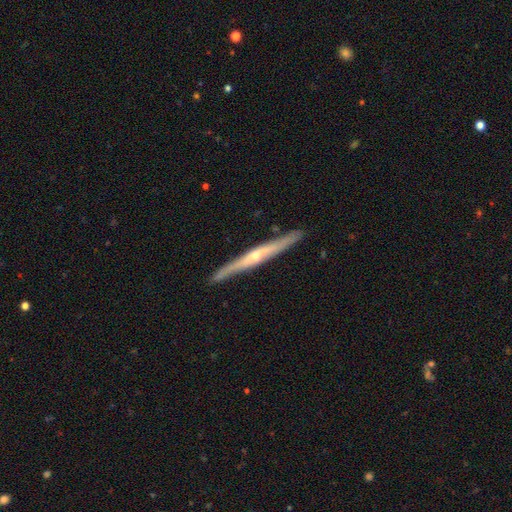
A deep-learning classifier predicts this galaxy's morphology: The model was most divided on "edge-on bulge": rounded: 77%, none: 19%, boxy: 3%. More confident: edge-on disk — yes (96%); merging — none (90%); smooth or featured — featured or disk (79%).